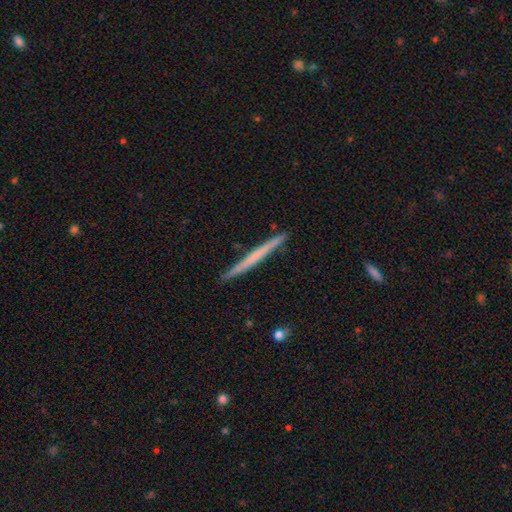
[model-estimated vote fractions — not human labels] smooth_or_featured: featured or disk (p=0.48) [alt: smooth p=0.46]
merging: none (p=0.91) [alt: minor disturbance p=0.06]